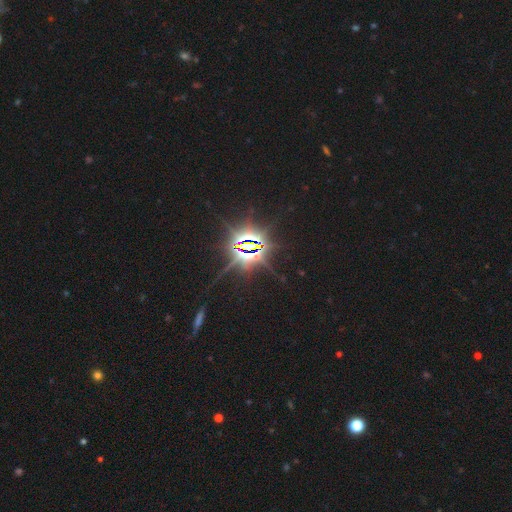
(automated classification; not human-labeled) This is clearly a star or artifact rather than a galaxy (85%).